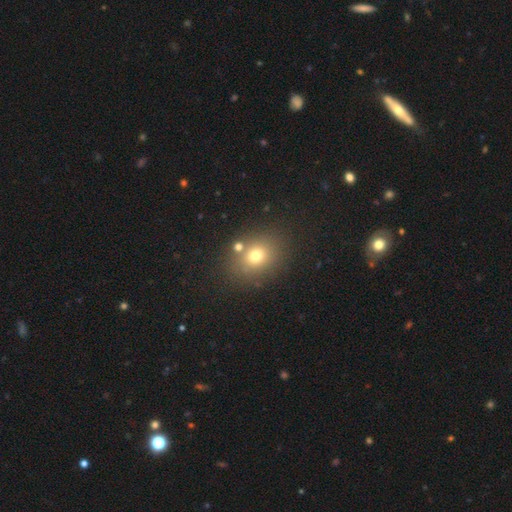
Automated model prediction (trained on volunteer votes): Smooth or featured? smooth (71%)
How rounded? round (58%)
Merging? none (75%)